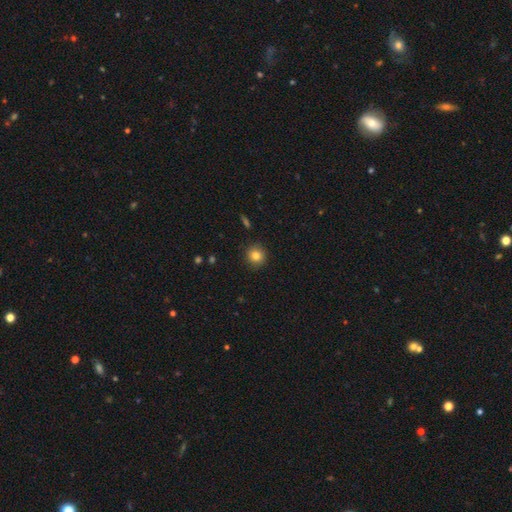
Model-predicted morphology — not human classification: Smooth or featured? Predicted: smooth (p=0.82). How rounded? Predicted: round (p=0.92). Merging? Predicted: none (p=0.91).